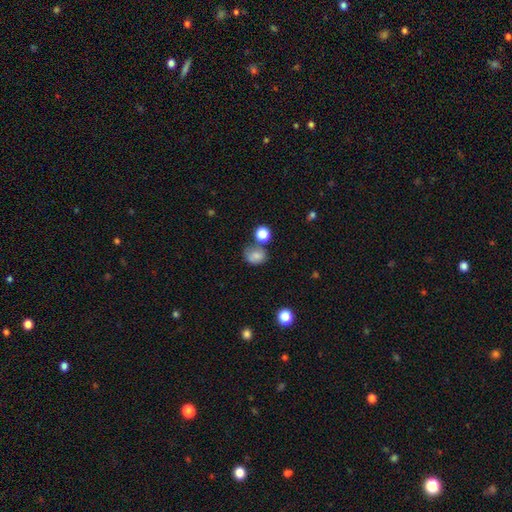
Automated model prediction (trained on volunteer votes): smooth_or_featured: smooth (p=0.79) [alt: star or artifact p=0.12]
how_rounded: in between (p=0.50) [alt: round p=0.49]
merging: none (p=0.54) [alt: minor disturbance p=0.22]